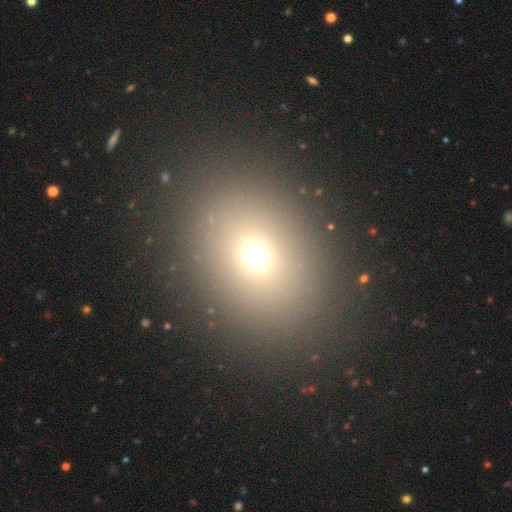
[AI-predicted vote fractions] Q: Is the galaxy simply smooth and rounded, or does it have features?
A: smooth — 66%.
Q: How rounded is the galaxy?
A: round — 50%.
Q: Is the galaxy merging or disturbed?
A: none — 87%.